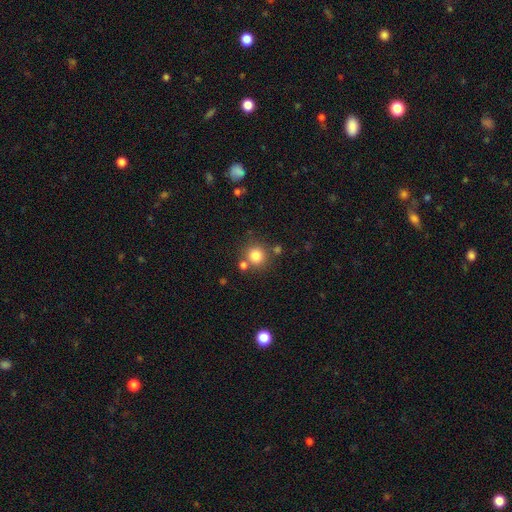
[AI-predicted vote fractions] smooth-or-featured: smooth: 81% | star or artifact: 12% | featured or disk: 7%
  how-rounded: round: 92% | in between: 7% | cigar-shaped: 1%
  merging: none: 75% | merger: 13% | minor disturbance: 9% | major disturbance: 3%